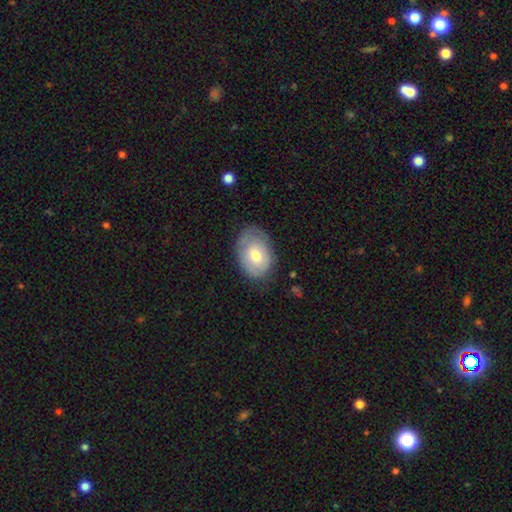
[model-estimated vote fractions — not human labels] Smooth or featured?
  - smooth: 62% *
  - featured or disk: 32%
  - star or artifact: 7%
How rounded?
  - in between: 77% *
  - round: 22%
  - cigar-shaped: 1%
Merging?
  - none: 67% *
  - minor disturbance: 25%
  - major disturbance: 7%
  - merger: 1%